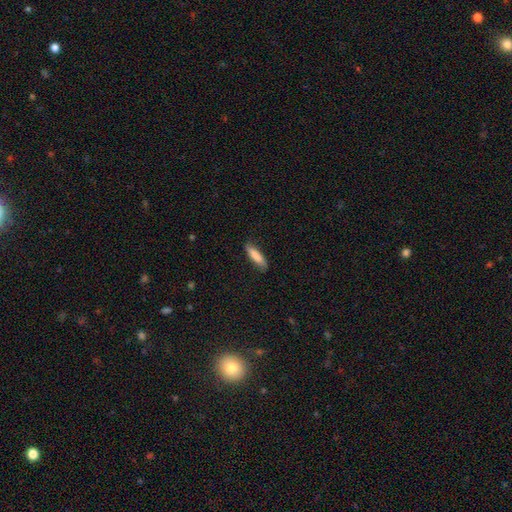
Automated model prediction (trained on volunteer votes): Smooth or featured? Predicted: smooth (p=0.83). How rounded? Predicted: cigar-shaped (p=0.68). Merging? Predicted: none (p=0.81).